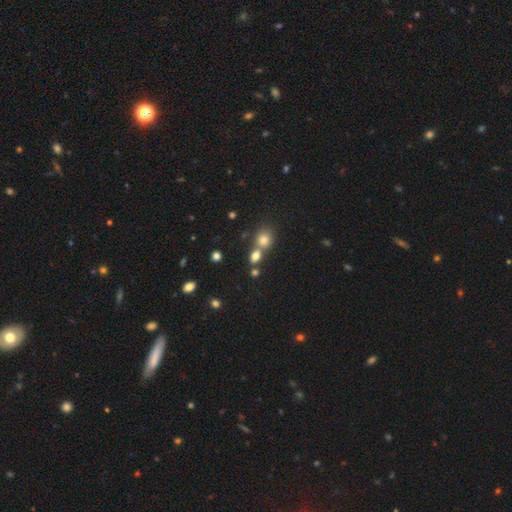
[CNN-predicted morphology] This appears to be a smooth galaxy with no disk features (75%) that is round (53%). Merging: none (44%, tied with merger).